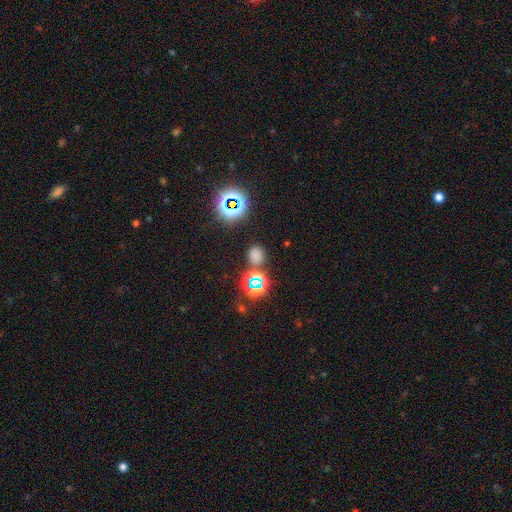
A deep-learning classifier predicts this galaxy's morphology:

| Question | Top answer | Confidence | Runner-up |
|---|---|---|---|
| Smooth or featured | smooth | 62% | star or artifact (33%) |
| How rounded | round | 68% | in between (31%) |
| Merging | none | 79% | minor disturbance (10%) |